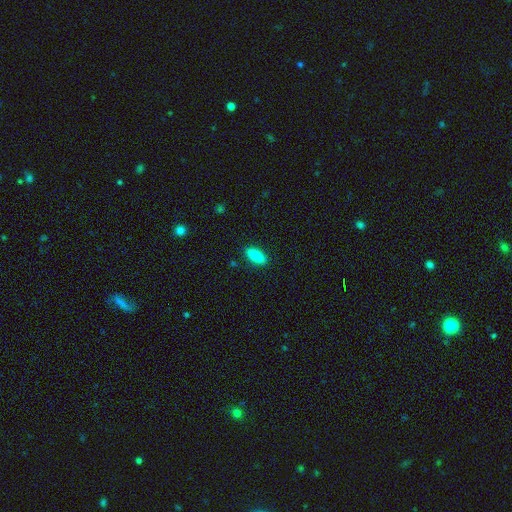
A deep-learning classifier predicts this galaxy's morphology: Smooth or featured? Predicted: smooth (p=0.78). How rounded? Predicted: in between (p=0.74). Merging? Predicted: none (p=0.89).